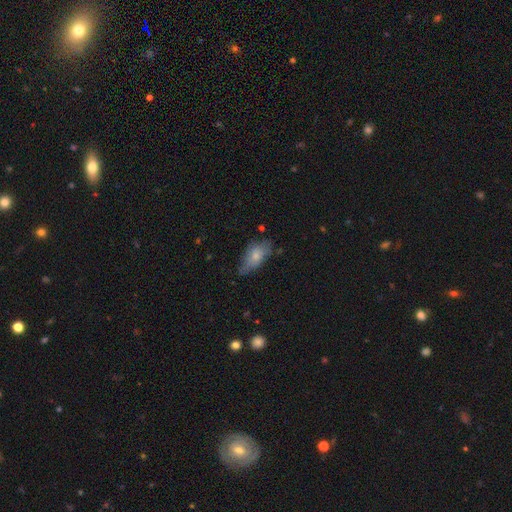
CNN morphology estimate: smooth_or_featured: smooth (p=0.69) [alt: featured or disk p=0.24]
how_rounded: in between (p=0.87) [alt: cigar-shaped p=0.09]
merging: none (p=0.49) [alt: minor disturbance p=0.36]